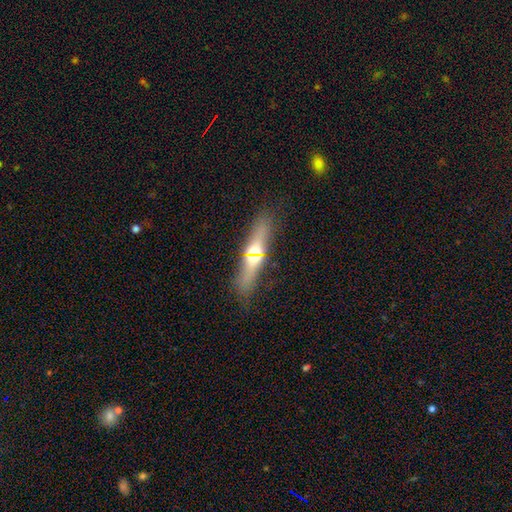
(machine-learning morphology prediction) Q: Smooth or featured?
A: featured or disk (51%); runner-up: smooth (39%)
Q: Edge-on disk?
A: yes (82%); runner-up: no (18%)
Q: Merging?
A: none (82%); runner-up: minor disturbance (10%)